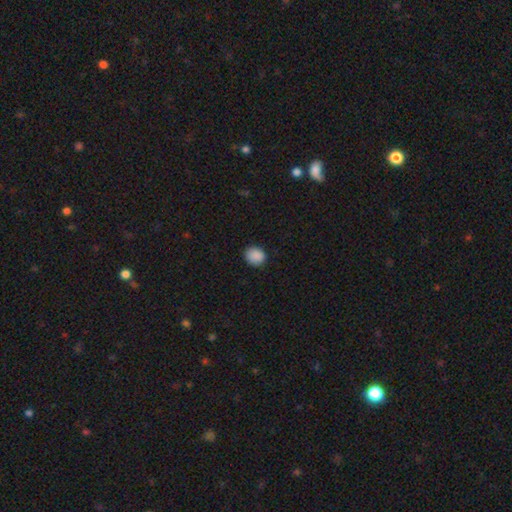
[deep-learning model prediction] Smooth or featured: smooth — 89% (star or artifact — 9%)
How rounded: round — 70% (in between — 29%)
Merging: none — 87% (minor disturbance — 10%)